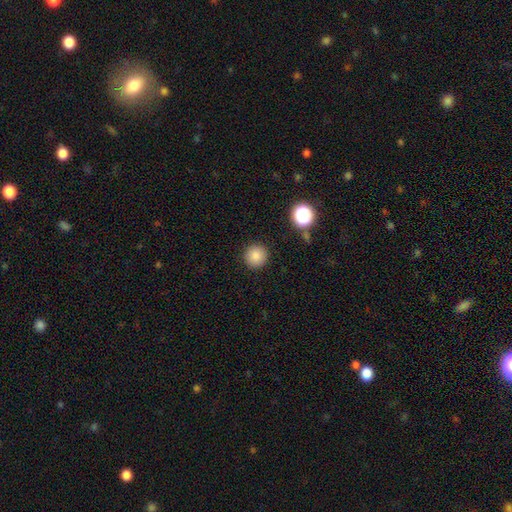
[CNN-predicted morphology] Q: Smooth or featured?
A: smooth (84%); runner-up: star or artifact (11%)
Q: How rounded?
A: round (95%); runner-up: in between (4%)
Q: Merging?
A: none (91%); runner-up: minor disturbance (6%)